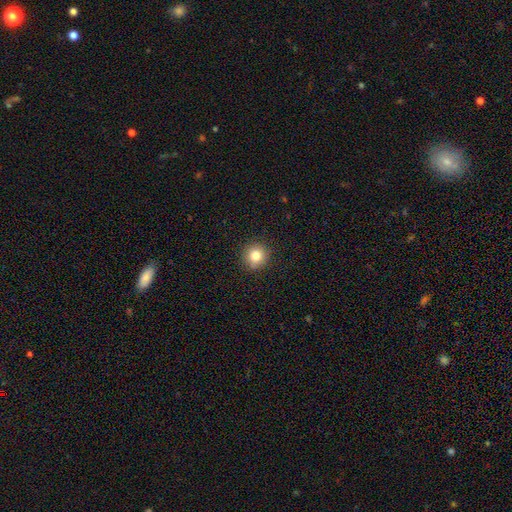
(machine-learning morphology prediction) A smooth galaxy with no disk features (81%) that is round (92%). Merging: none (90%).